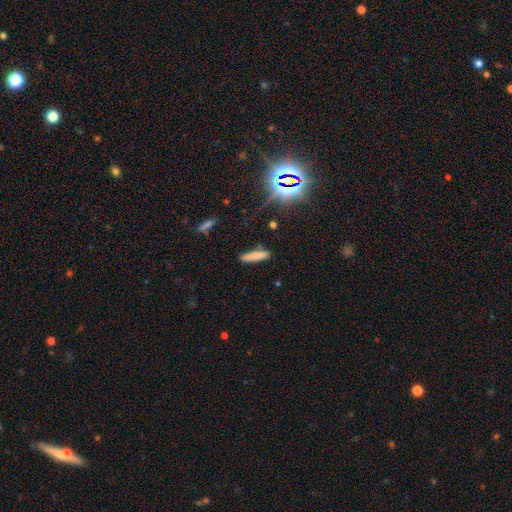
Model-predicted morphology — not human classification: smooth_or_featured: smooth (p=0.78) [alt: featured or disk p=0.11]
how_rounded: cigar-shaped (p=0.80) [alt: in between p=0.18]
merging: none (p=0.86) [alt: minor disturbance p=0.10]